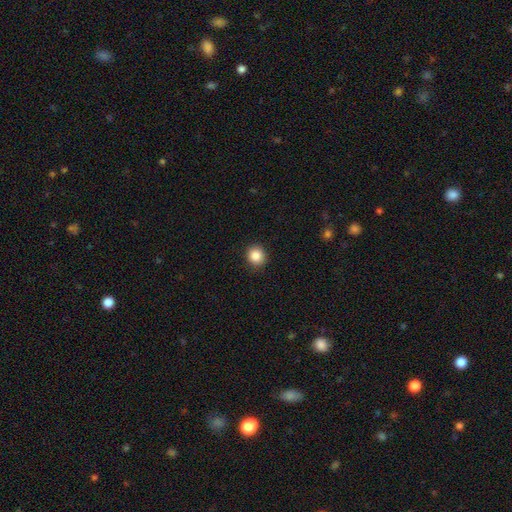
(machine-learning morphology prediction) This appears to be a smooth galaxy with no disk features (86%) that is round (88%). Merging: none (90%).